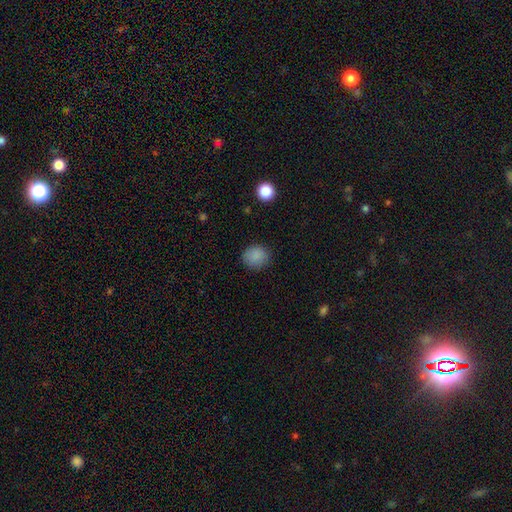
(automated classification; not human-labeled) Smooth or featured? Predicted: smooth (p=0.86). How rounded? Predicted: round (p=0.77). Merging? Predicted: none (p=0.85).